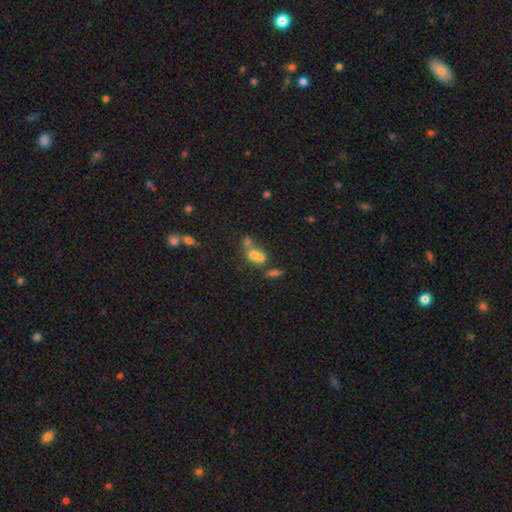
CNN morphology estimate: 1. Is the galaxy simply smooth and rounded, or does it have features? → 60% smooth, 24% featured or disk, 16% star or artifact.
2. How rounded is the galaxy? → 52% round, 45% in between, 3% cigar-shaped.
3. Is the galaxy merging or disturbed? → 66% merger, 22% none, 7% minor disturbance, 5% major disturbance.